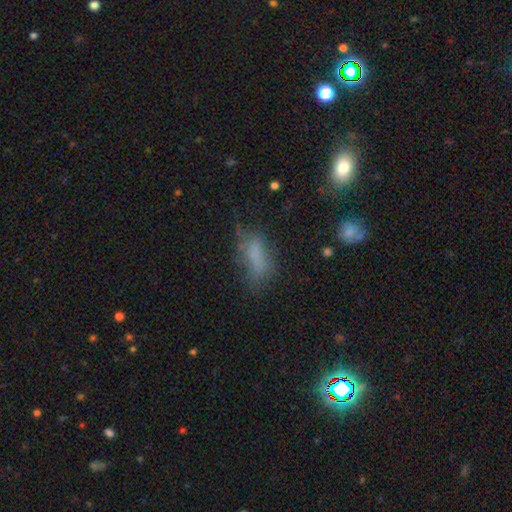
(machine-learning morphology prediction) The model was most divided on "merging": none: 48%, minor disturbance: 28%, major disturbance: 21%, merger: 4%. More confident: how rounded — in between (69%); smooth or featured — smooth (67%).